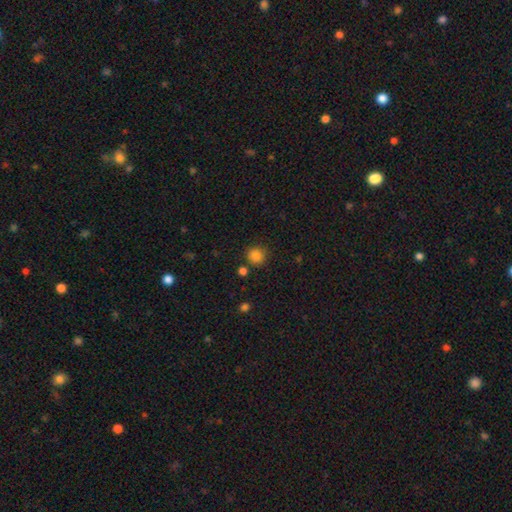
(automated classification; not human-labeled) This appears to be a smooth galaxy with no disk features (84%) that is round (90%). Merging: none (82%).